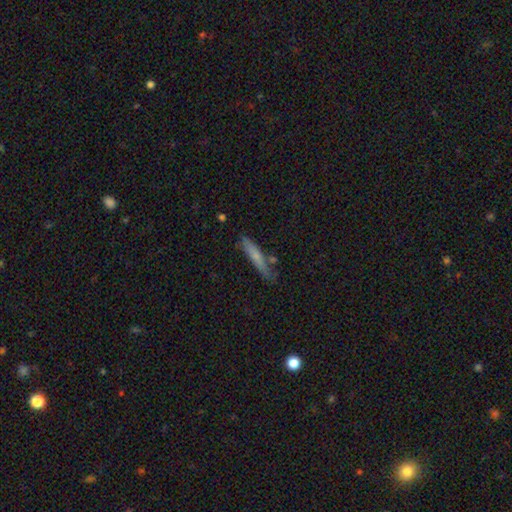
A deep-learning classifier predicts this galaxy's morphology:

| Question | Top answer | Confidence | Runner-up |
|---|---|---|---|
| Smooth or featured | smooth | 66% | featured or disk (27%) |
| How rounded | cigar-shaped | 91% | in between (8%) |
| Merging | none | 73% | minor disturbance (18%) |